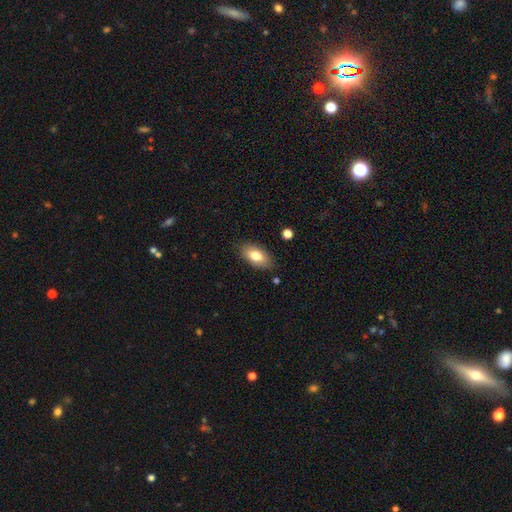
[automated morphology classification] A smooth galaxy with no disk features (78%) that is in between round and cigar-shaped (91%).

Vote fractions:
- Smooth or featured? smooth: 78% / featured or disk: 14% / star or artifact: 7%
- How rounded? in between: 91% / cigar-shaped: 4% / round: 4%
- Merging? none: 84% / minor disturbance: 12% / major disturbance: 3% / merger: 2%